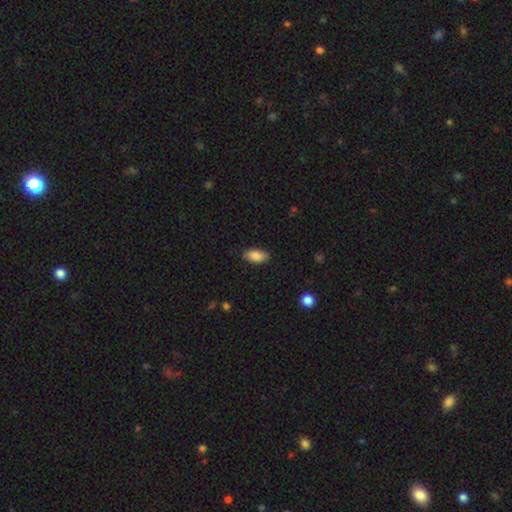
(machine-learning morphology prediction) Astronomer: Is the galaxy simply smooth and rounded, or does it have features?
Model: smooth — 86%.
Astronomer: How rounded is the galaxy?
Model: in between — 91%.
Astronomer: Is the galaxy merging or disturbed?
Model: none — 86%.